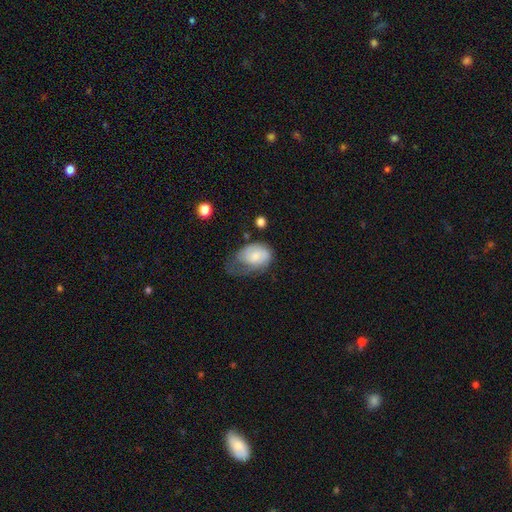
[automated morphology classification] The model was most divided on "merging": major disturbance: 44%, minor disturbance: 33%, none: 21%, merger: 3%. More confident: how rounded — in between (79%); smooth or featured — smooth (64%).